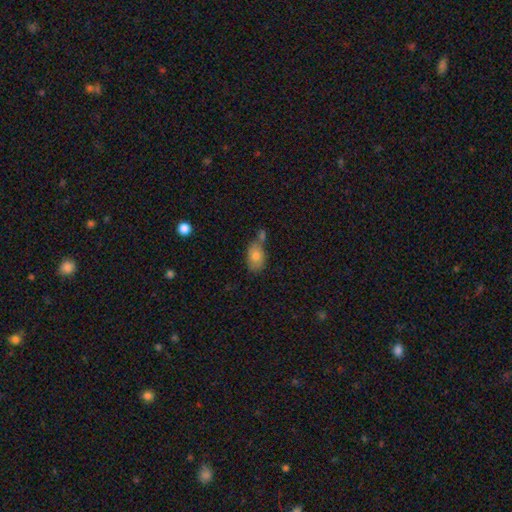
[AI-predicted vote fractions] smooth-or-featured: smooth: 77% | featured or disk: 15% | star or artifact: 8%
  how-rounded: in between: 83% | round: 15% | cigar-shaped: 2%
  merging: none: 46% | merger: 27% | minor disturbance: 20% | major disturbance: 7%